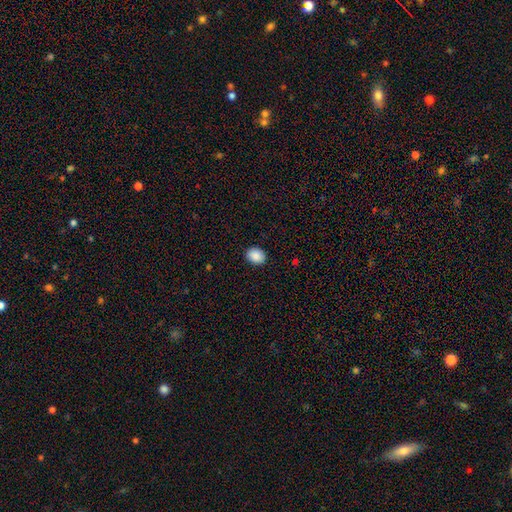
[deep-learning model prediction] smooth_or_featured: smooth (p=0.89) [alt: star or artifact p=0.08]
how_rounded: in between (p=0.54) [alt: round p=0.45]
merging: none (p=0.90) [alt: minor disturbance p=0.07]